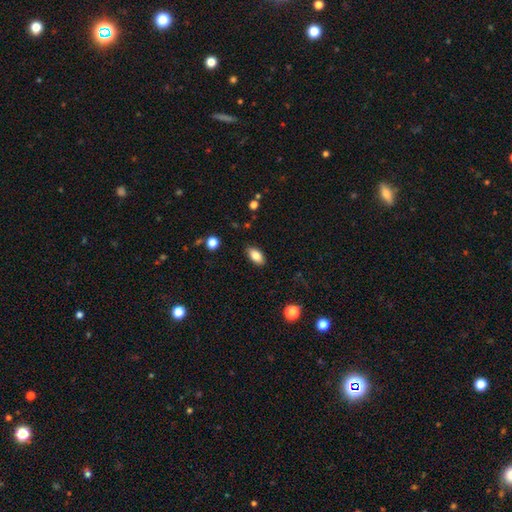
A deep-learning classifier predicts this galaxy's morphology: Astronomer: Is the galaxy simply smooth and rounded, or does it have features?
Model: smooth — 85%.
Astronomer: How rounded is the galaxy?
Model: in between — 92%.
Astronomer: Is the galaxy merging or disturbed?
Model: none — 86%.